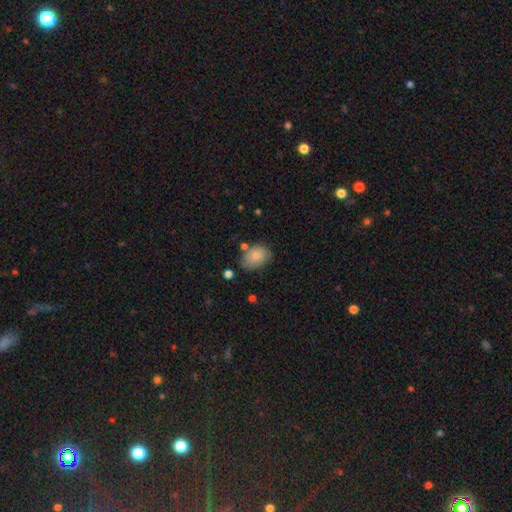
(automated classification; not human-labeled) Overall: smooth (79%). How rounded: in between (75%). Merging: none (64%).